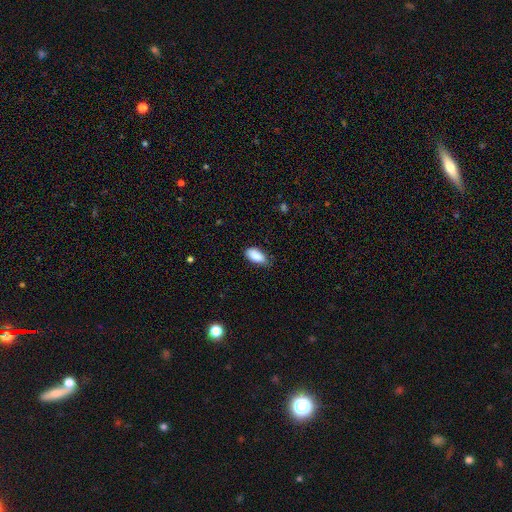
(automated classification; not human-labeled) Morphology: type=smooth (88%); roundness=in between (92%); merging=none (68%).